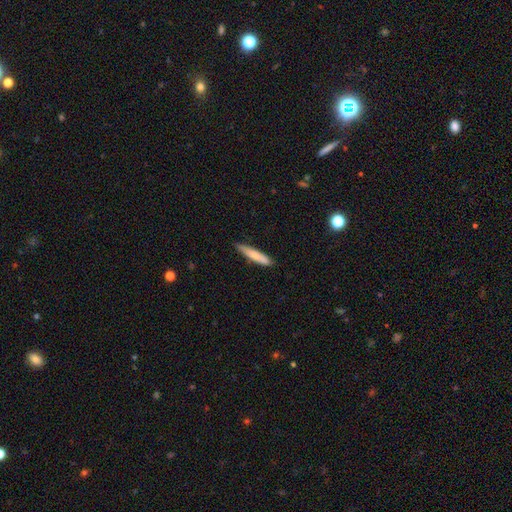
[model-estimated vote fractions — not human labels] This is likely a smooth galaxy (75%). How rounded: clearly cigar-shaped (88%). Merging: likely none (77%).